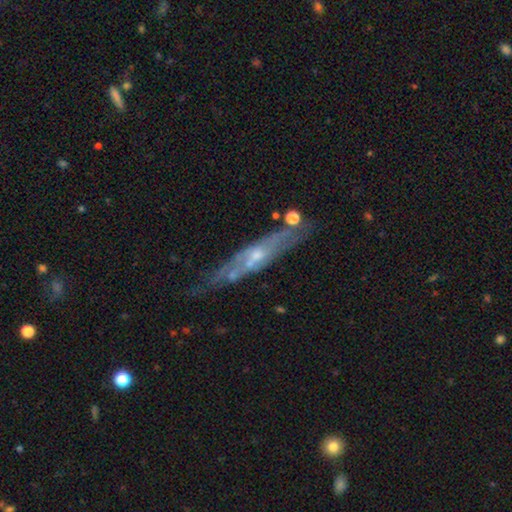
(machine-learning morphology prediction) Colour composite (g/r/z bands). It shows a featured or disk galaxy (72%) viewed edge-on (68%). Merging: none (67%).